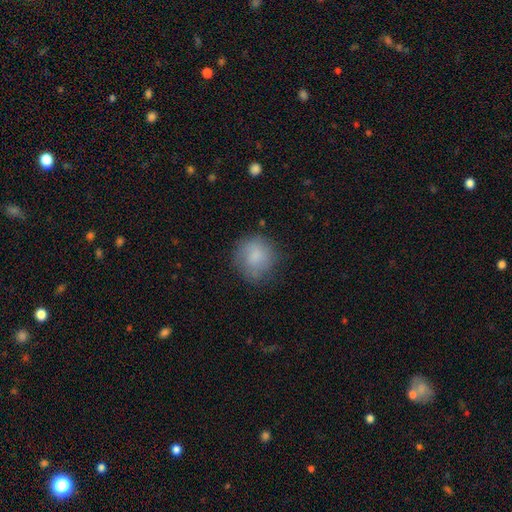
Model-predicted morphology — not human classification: Smooth or featured? Predicted: smooth (p=0.77). How rounded? Predicted: round (p=0.87). Merging? Predicted: none (p=0.70).